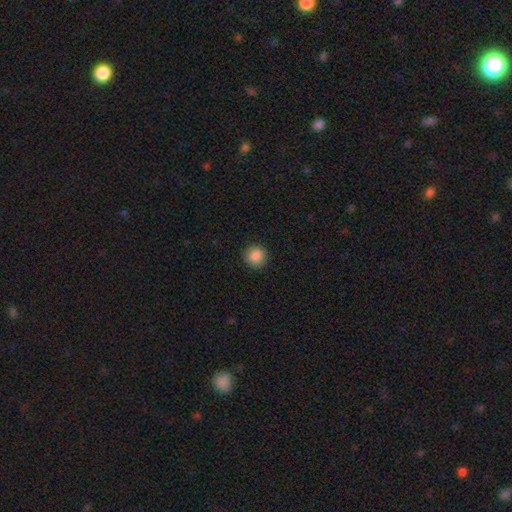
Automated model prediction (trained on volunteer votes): Smooth or featured: smooth — 86% (star or artifact — 9%)
How rounded: round — 93% (in between — 6%)
Merging: none — 92% (minor disturbance — 6%)